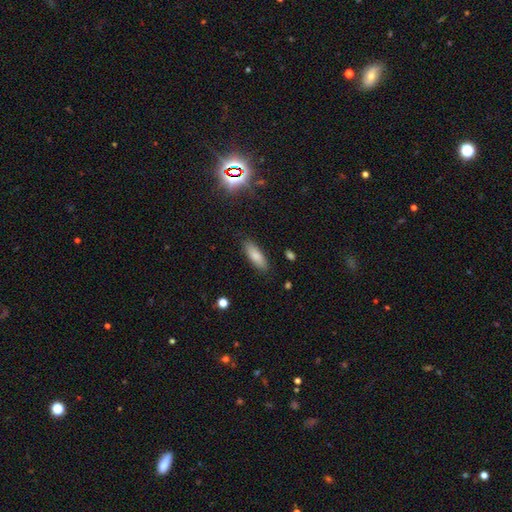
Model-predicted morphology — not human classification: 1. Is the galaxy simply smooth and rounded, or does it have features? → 81% smooth, 12% featured or disk, 8% star or artifact.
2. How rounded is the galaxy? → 59% in between, 39% cigar-shaped, 2% round.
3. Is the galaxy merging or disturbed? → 86% none, 10% minor disturbance, 2% major disturbance, 1% merger.